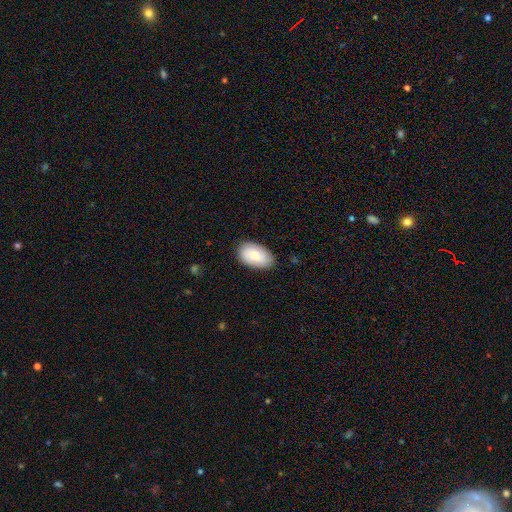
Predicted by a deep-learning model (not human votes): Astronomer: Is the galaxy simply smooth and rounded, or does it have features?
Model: smooth — 78%.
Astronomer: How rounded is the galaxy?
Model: in between — 93%.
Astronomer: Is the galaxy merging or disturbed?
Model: none — 83%.